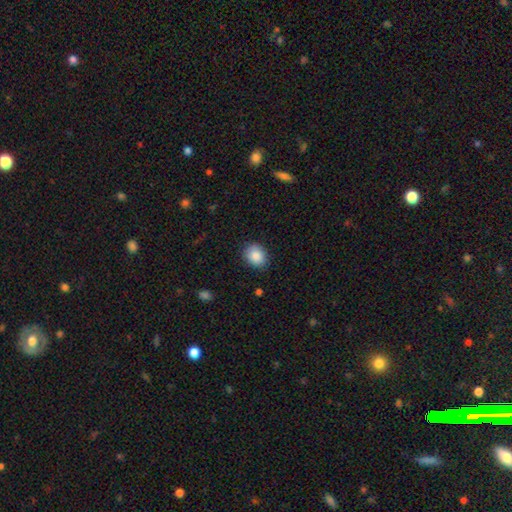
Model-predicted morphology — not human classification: Q: Smooth or featured?
A: smooth (87%); runner-up: star or artifact (8%)
Q: How rounded?
A: round (53%); runner-up: in between (46%)
Q: Merging?
A: none (85%); runner-up: minor disturbance (11%)